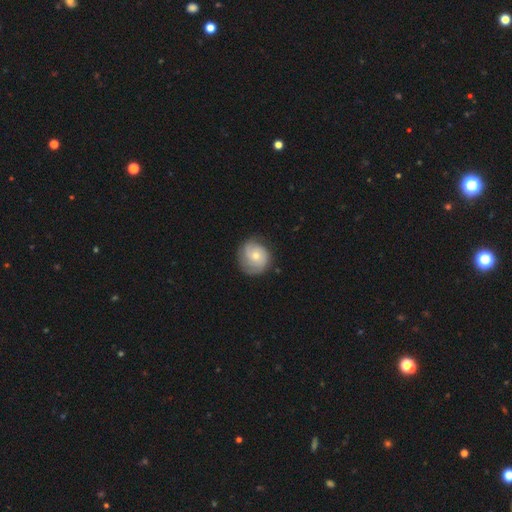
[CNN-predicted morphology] A featured or disk galaxy (57%) with no bar (78%), spiral arms (87%) and a moderate central bulge (51%).

Vote fractions:
- Smooth or featured? featured or disk: 57% / smooth: 37% / star or artifact: 6%
- Edge-on disk? no: 98% / yes: 2%
- Bar? no: 78% / weak: 19% / strong: 3%
- Spiral arms? yes: 87% / no: 13%
- Bulge size? moderate: 51% / small: 44% / large: 2% / none: 1% / dominant: 1%
- Merging? none: 74% / minor disturbance: 19% / major disturbance: 6% / merger: 1%